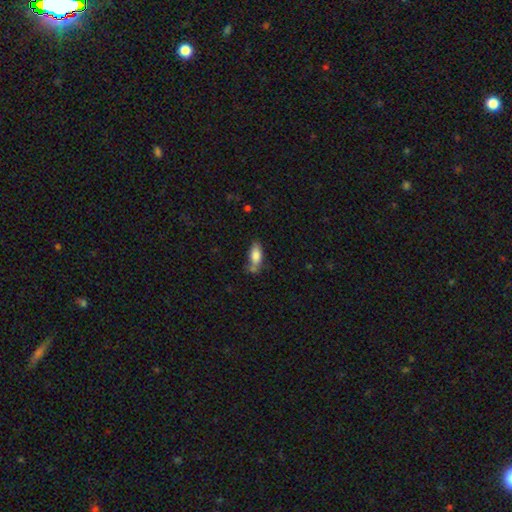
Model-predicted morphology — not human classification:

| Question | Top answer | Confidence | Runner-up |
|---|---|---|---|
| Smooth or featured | smooth | 82% | featured or disk (11%) |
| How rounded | in between | 85% | cigar-shaped (12%) |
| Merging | none | 52% | minor disturbance (24%) |